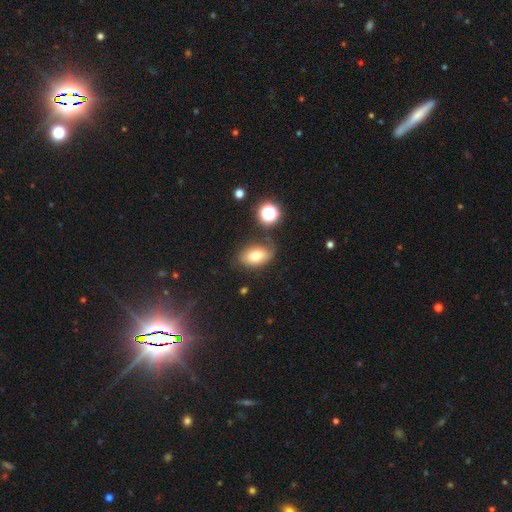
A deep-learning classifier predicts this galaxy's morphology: Smooth or featured: smooth — 74% (featured or disk — 14%)
How rounded: in between — 86% (round — 12%)
Merging: none — 66% (minor disturbance — 21%)